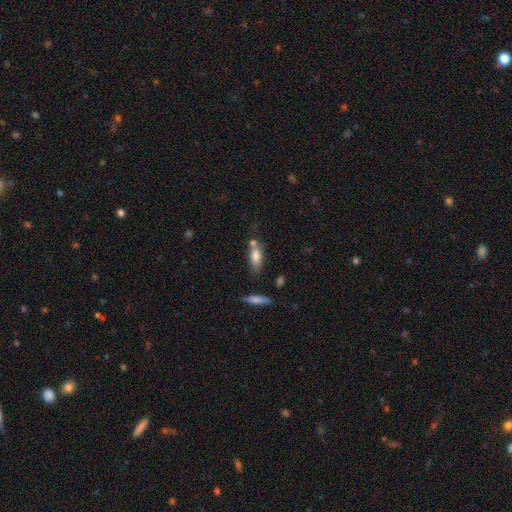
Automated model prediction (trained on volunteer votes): This appears to be a smooth galaxy with no disk features (76%) that is in between round and cigar-shaped (65%). Merging: none (49%).